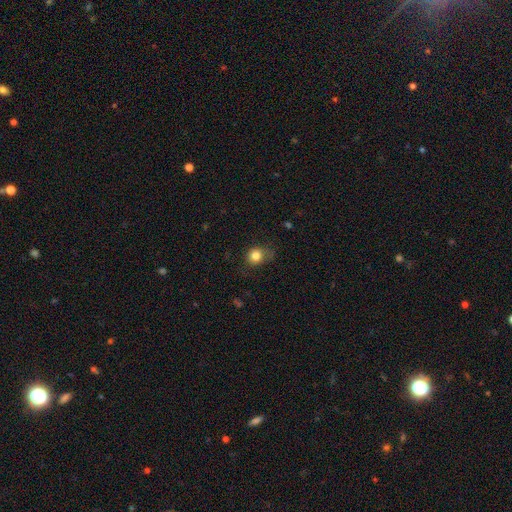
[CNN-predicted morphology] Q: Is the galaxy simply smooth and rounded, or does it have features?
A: smooth — 81%.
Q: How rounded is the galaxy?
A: round — 74%.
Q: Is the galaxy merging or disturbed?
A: none — 59%.